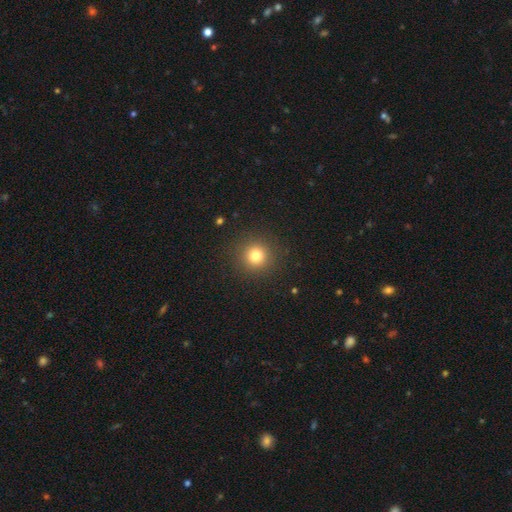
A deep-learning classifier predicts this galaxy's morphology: smooth_or_featured: smooth (p=0.79) [alt: star or artifact p=0.15]
how_rounded: round (p=0.95) [alt: in between p=0.04]
merging: none (p=0.91) [alt: minor disturbance p=0.05]